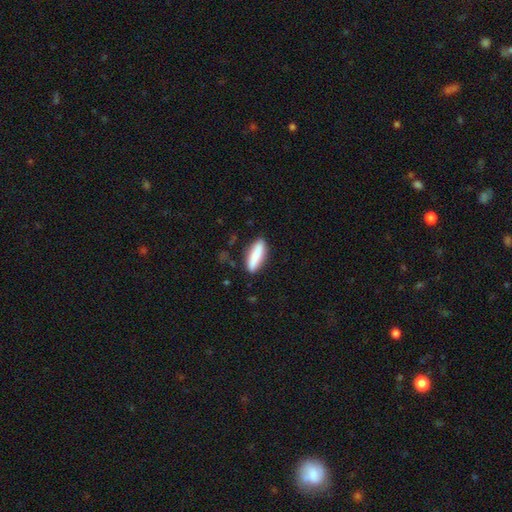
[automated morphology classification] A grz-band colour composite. It shows a smooth galaxy with no disk features (84%) that is cigar-shaped (59%). Merging: none (86%).